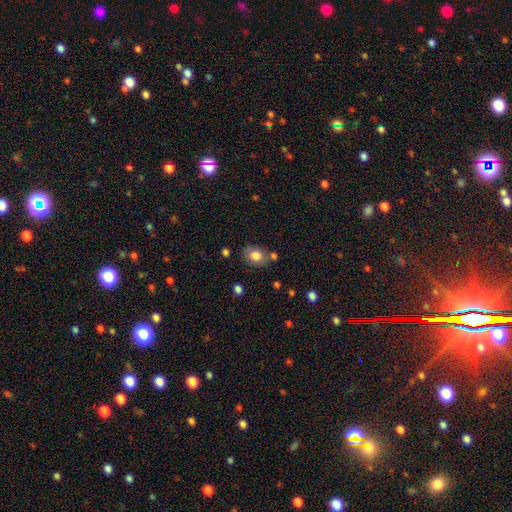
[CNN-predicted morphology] type=smooth (82%); roundness=in between (61%); merging=none (67%).